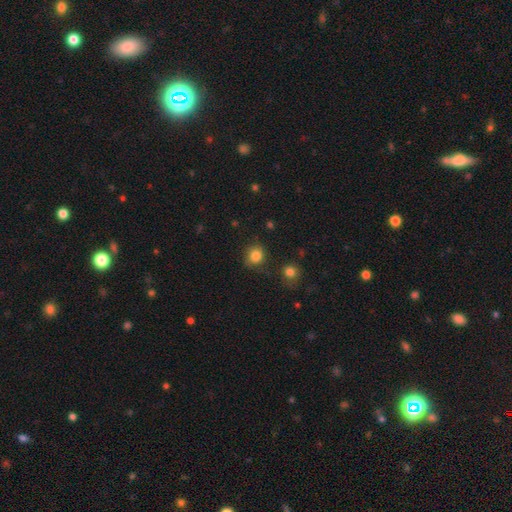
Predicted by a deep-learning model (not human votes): This appears to be a smooth galaxy with no disk features (83%) that is round (83%). Merging: none (80%).